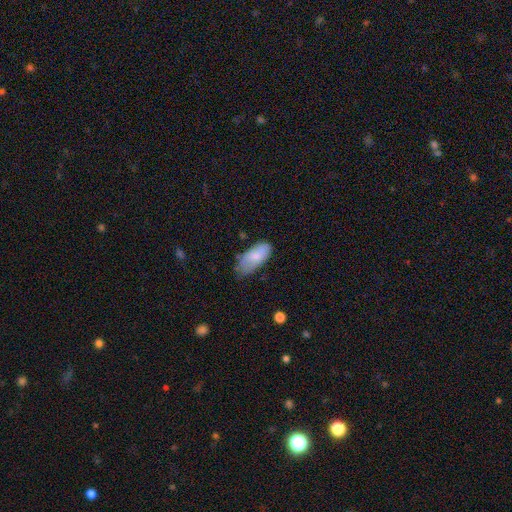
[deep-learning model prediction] Morphology: type=smooth (75%); roundness=in between (91%); merging=none (52%).